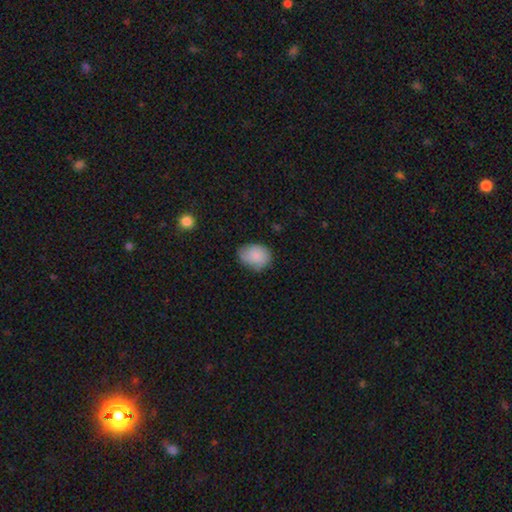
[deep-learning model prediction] Morphology: type=smooth (85%); roundness=in between (58%); merging=none (65%).